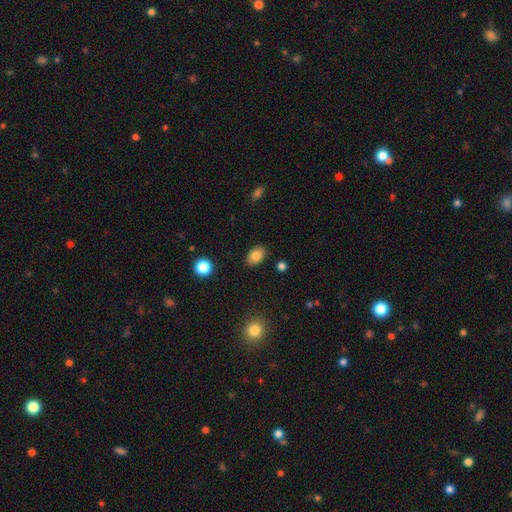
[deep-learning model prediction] This is clearly a smooth galaxy (83%). How rounded: clearly in between (84%). Merging: clearly none (86%).